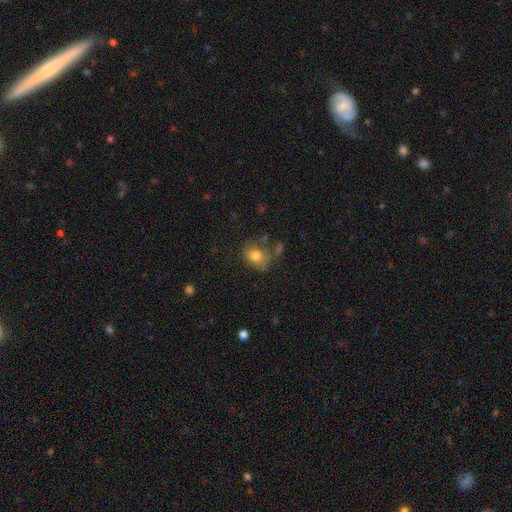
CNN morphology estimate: Smooth or featured? Predicted: smooth (p=0.79). How rounded? Predicted: in between (p=0.52). Merging? Predicted: none (p=0.61).